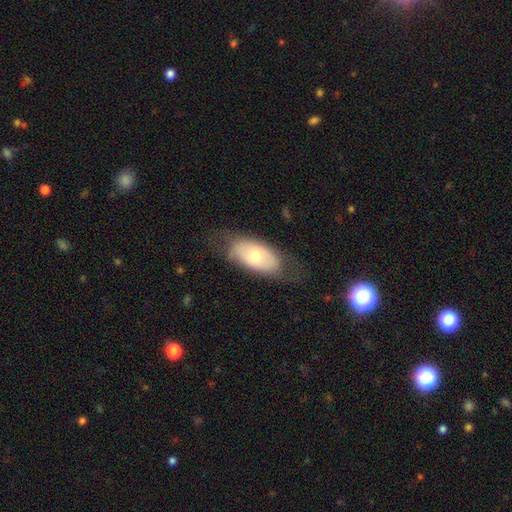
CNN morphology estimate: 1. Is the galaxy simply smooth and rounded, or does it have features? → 61% smooth, 33% featured or disk, 6% star or artifact.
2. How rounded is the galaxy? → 92% in between, 5% cigar-shaped, 3% round.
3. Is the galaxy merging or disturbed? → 65% none, 23% minor disturbance, 11% major disturbance, 1% merger.